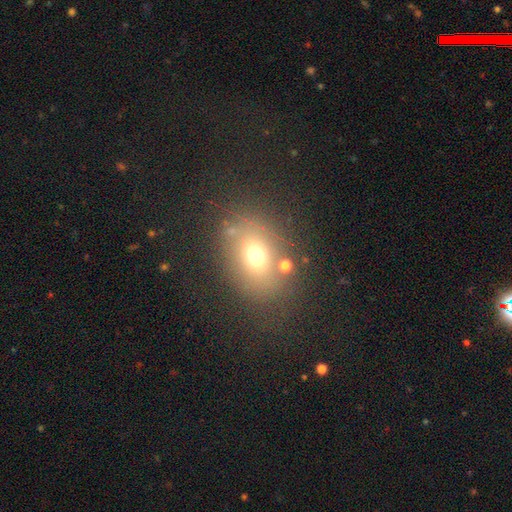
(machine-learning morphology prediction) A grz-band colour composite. It shows a smooth galaxy with no disk features (67%) that is in between round and cigar-shaped (61%). Merging: none (73%).